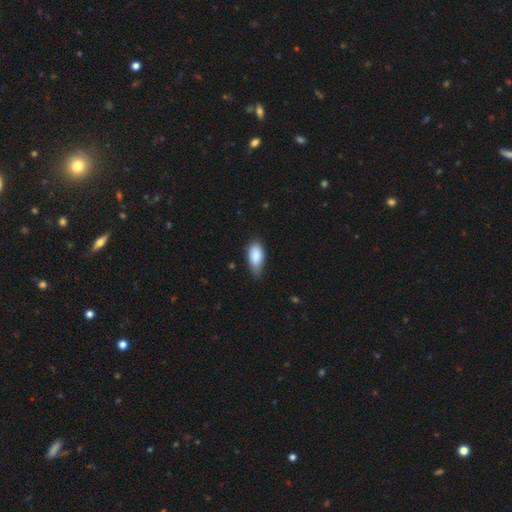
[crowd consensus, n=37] Volunteers were most divided on "merging": none: 58%, minor disturbance: 39%, major disturbance: 3%, merger: 0%. More confident: how rounded — in between (88%); smooth or featured — smooth (86%).